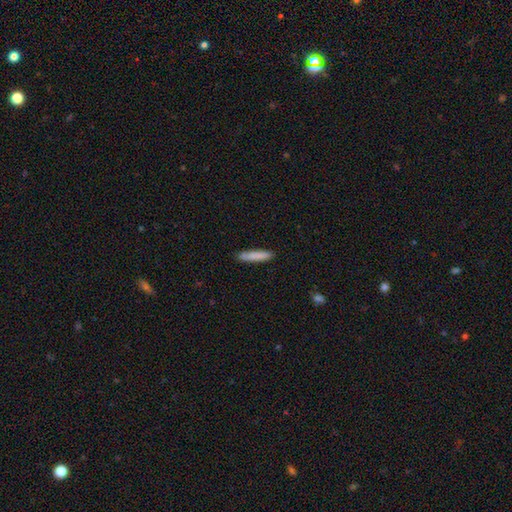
This is clearly a smooth galaxy (86%). How rounded: clearly cigar-shaped (90%). Merging: clearly none (91%).